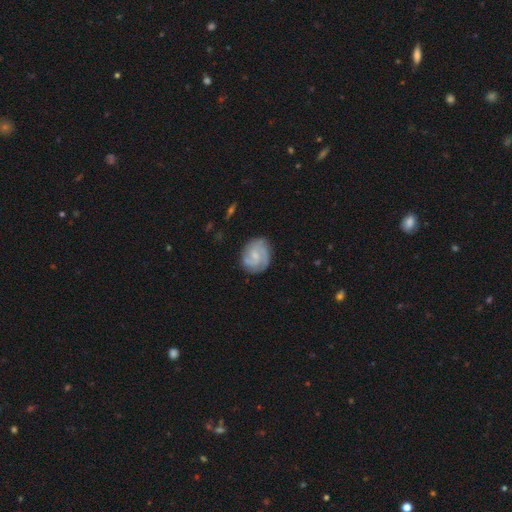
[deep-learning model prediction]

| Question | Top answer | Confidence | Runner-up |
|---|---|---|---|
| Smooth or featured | featured or disk | 76% | smooth (19%) |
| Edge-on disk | no | 98% | yes (2%) |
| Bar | no | 50% | weak (44%) |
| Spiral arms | yes | 95% | no (5%) |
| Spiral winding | tight | 48% | medium (40%) |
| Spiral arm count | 2 | 52% | 3 (21%) |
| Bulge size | small | 55% | moderate (27%) |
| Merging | none | 76% | minor disturbance (17%) |